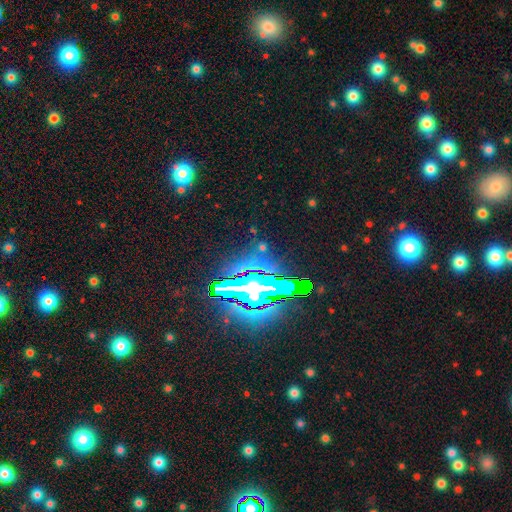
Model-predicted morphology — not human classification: Smooth or featured: star or artifact — 81% (featured or disk — 10%)